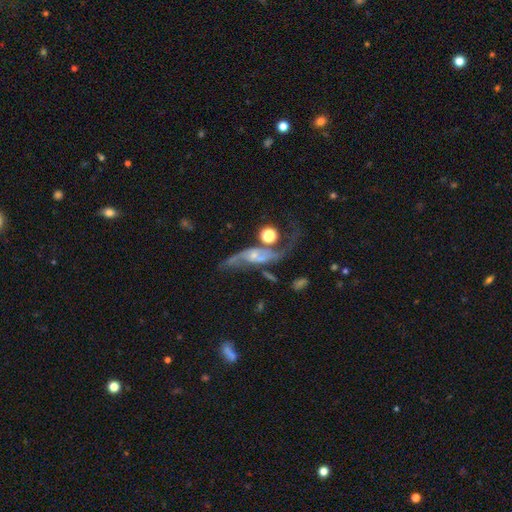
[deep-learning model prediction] Morphology: type=featured or disk (79%); edge-on=no (89%); bar=no (60%); spiral arms=yes (91%); winding=loose (65%); arm count=2 (87%); bulge=small (60%); merging=none (44%).